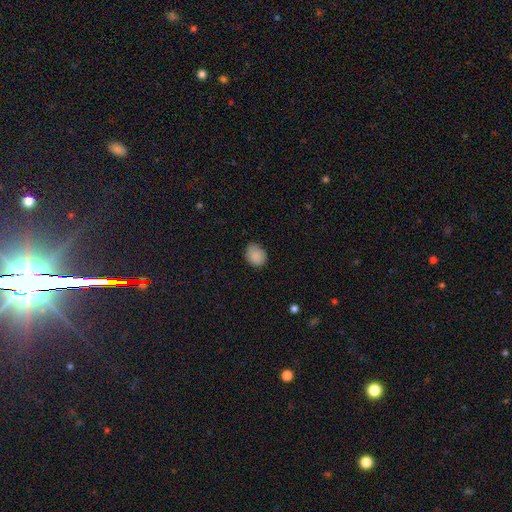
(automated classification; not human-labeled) smooth-or-featured: smooth: 88% | star or artifact: 8% | featured or disk: 4%
  how-rounded: round: 51% | in between: 48% | cigar-shaped: 1%
  merging: none: 74% | minor disturbance: 22% | major disturbance: 3% | merger: 1%